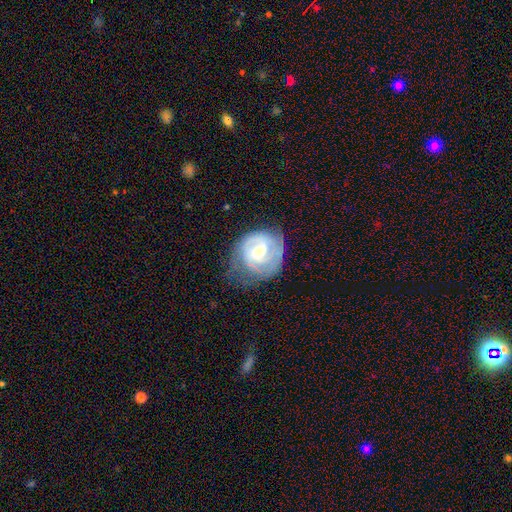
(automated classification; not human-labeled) Smooth or featured: featured or disk — 74% (smooth — 20%)
Edge-on disk: no — 98% (yes — 2%)
Bar: weak — 48% (no — 42%)
Spiral arms: yes — 88% (no — 12%)
Spiral winding: tight — 57% (medium — 33%)
Spiral arm count: 2 — 43% (can't tell — 33%)
Bulge size: moderate — 48% (small — 46%)
Merging: none — 51% (minor disturbance — 29%)